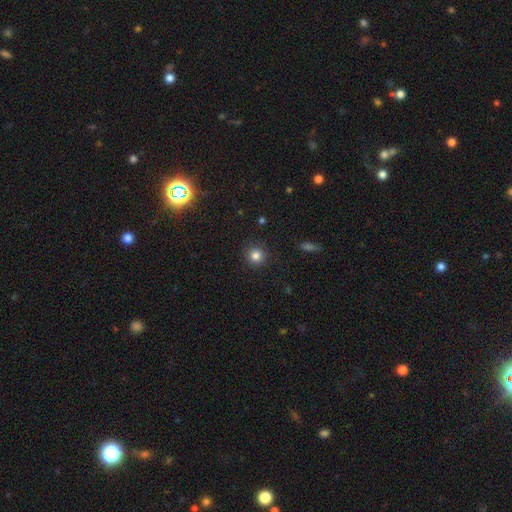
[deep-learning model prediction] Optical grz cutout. It shows a smooth galaxy with no disk features (82%) that is round (94%). Merging: none (91%).